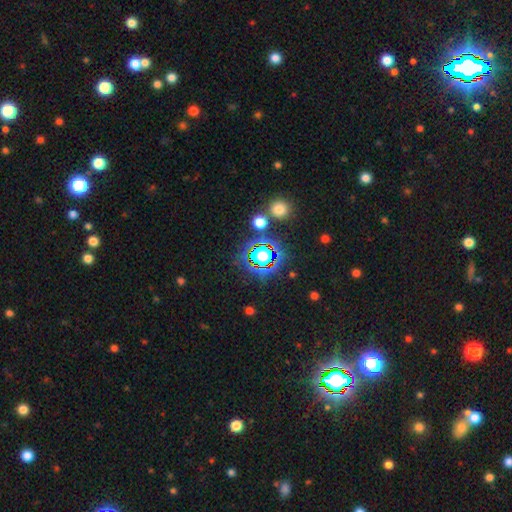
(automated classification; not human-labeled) A star or artifact, not a galaxy (80%).